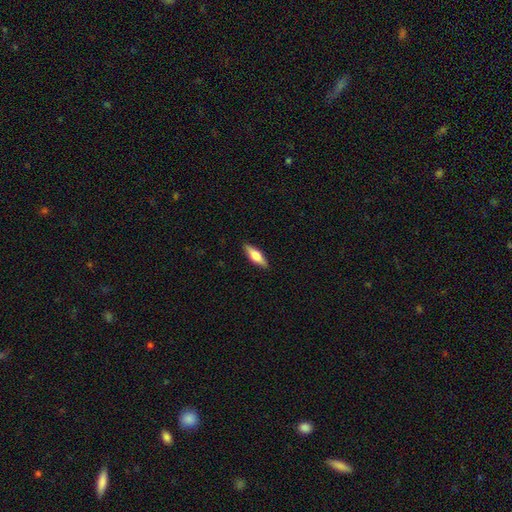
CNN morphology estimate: Smooth or featured? Predicted: smooth (p=0.57). How rounded? Predicted: cigar-shaped (p=0.53). Merging? Predicted: none (p=0.89).